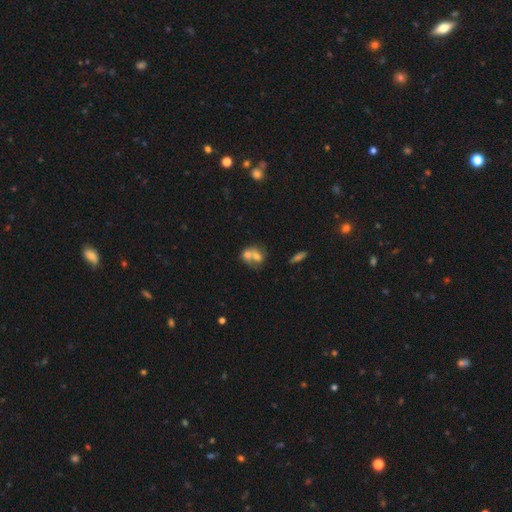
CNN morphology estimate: Q: Smooth or featured?
A: smooth (62%); runner-up: featured or disk (28%)
Q: How rounded?
A: in between (50%); runner-up: round (48%)
Q: Merging?
A: merger (71%); runner-up: none (19%)